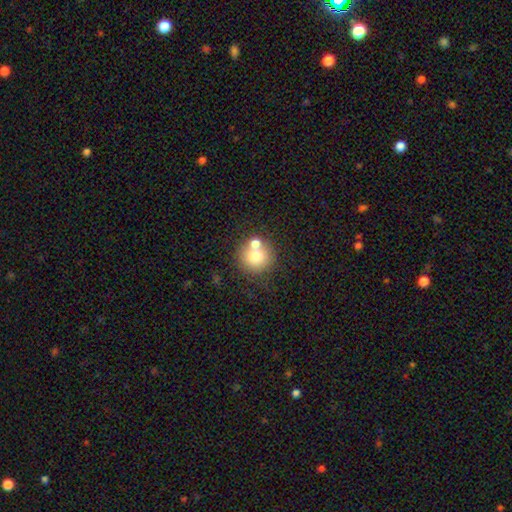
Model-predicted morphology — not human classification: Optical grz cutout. It shows a smooth galaxy with no disk features (74%) that is round (91%). Merging: none (57%).